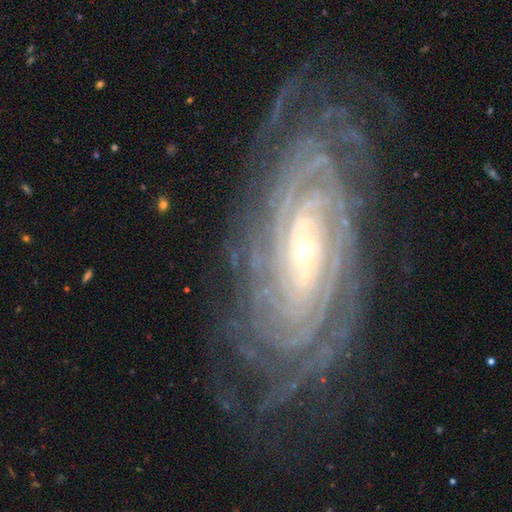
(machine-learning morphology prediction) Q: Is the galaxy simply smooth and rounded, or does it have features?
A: featured or disk — 90%.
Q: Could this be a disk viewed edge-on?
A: no — 94%.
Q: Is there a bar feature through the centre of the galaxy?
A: no — 56%.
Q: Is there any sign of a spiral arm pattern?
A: yes — 98%.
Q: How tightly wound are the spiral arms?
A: tight — 84%.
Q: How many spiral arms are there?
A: more than 4 — 25%.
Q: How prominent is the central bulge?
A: small — 60%.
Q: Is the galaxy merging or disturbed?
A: none — 74%.